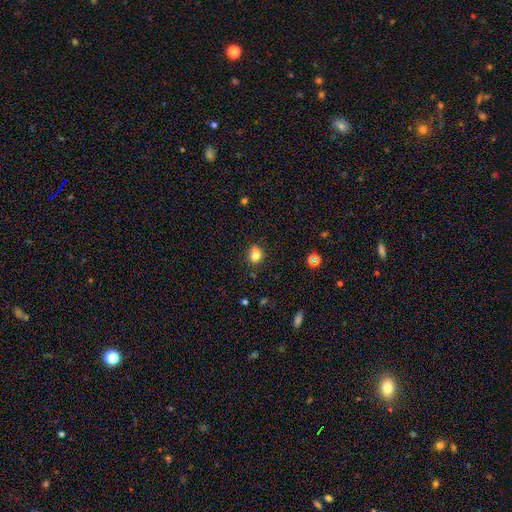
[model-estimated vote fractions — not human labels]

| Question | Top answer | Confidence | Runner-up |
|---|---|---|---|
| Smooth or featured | smooth | 79% | star or artifact (13%) |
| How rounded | round | 68% | in between (31%) |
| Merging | none | 70% | minor disturbance (20%) |